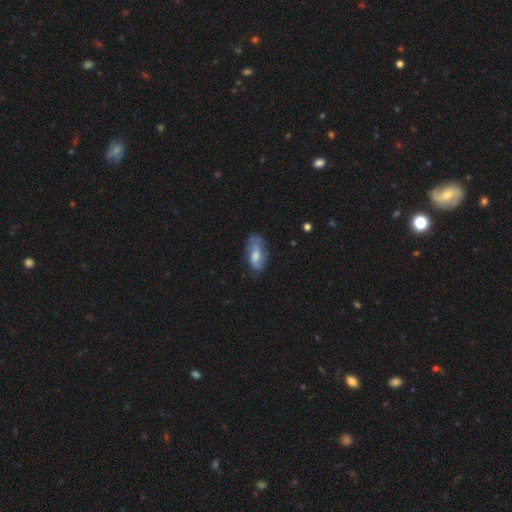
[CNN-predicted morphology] A smooth galaxy with no disk features (54%) that is in between round and cigar-shaped (88%). Merging: none (58%).